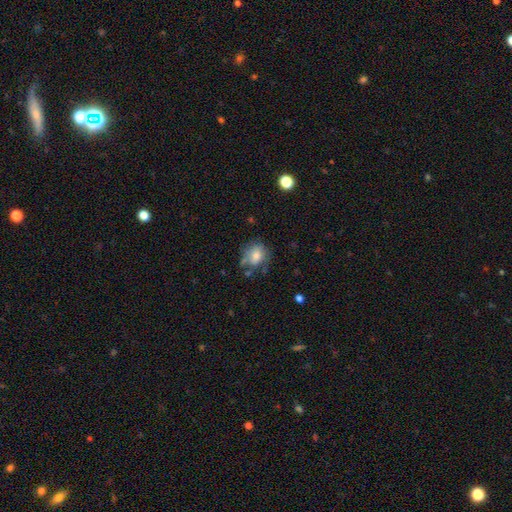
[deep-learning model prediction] Overall: smooth (69%). How rounded: round (62%; in between 37%). Merging: none (52%; minor disturbance 27%).